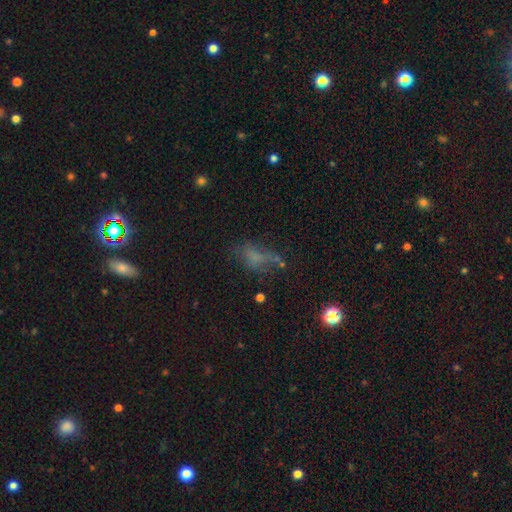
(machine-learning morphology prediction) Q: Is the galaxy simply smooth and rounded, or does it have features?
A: smooth — 50%.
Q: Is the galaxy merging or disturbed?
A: none — 41%.